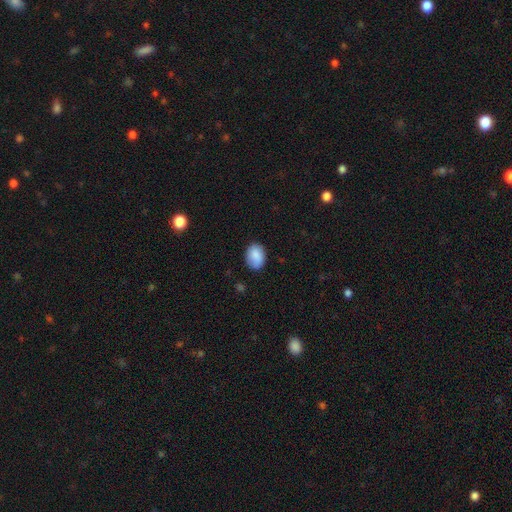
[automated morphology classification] type=smooth (87%); roundness=in between (73%); merging=none (80%).